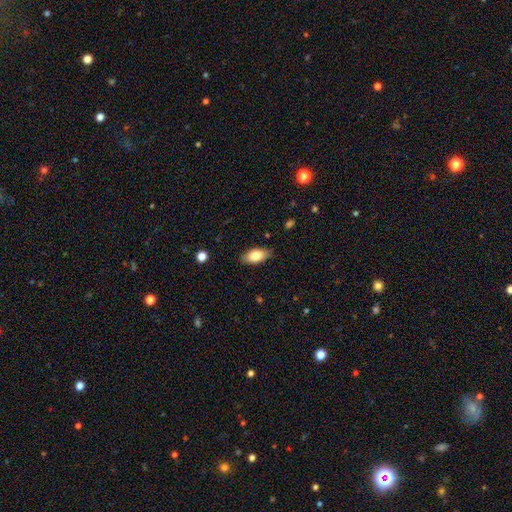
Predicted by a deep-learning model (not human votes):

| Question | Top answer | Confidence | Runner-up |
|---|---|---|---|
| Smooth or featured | smooth | 79% | featured or disk (14%) |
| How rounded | in between | 90% | cigar-shaped (7%) |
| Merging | none | 85% | minor disturbance (12%) |